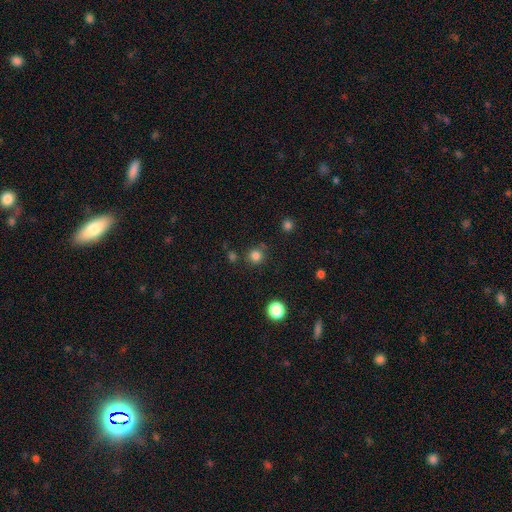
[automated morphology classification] smooth-or-featured: smooth: 80% | star or artifact: 15% | featured or disk: 5%
  how-rounded: round: 94% | in between: 5% | cigar-shaped: 1%
  merging: none: 81% | minor disturbance: 9% | merger: 7% | major disturbance: 3%